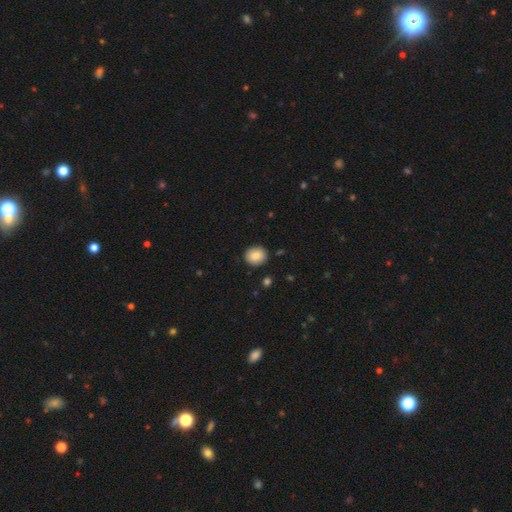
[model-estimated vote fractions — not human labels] Smooth or featured: smooth — 86% (star or artifact — 8%)
How rounded: round — 75% (in between — 24%)
Merging: none — 90% (minor disturbance — 7%)